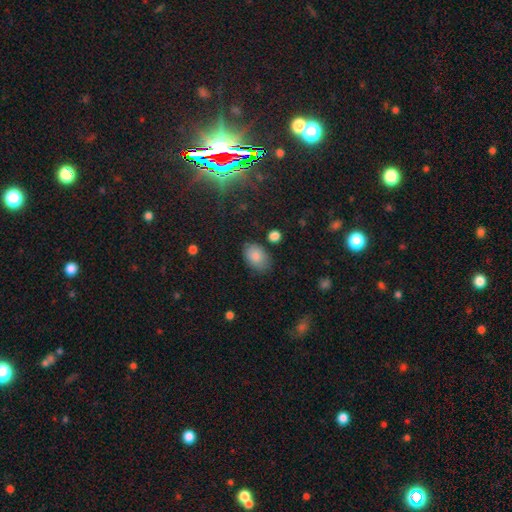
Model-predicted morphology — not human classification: This appears to be a smooth galaxy with no disk features (84%) that is in between round and cigar-shaped (85%). Merging: none (76%).